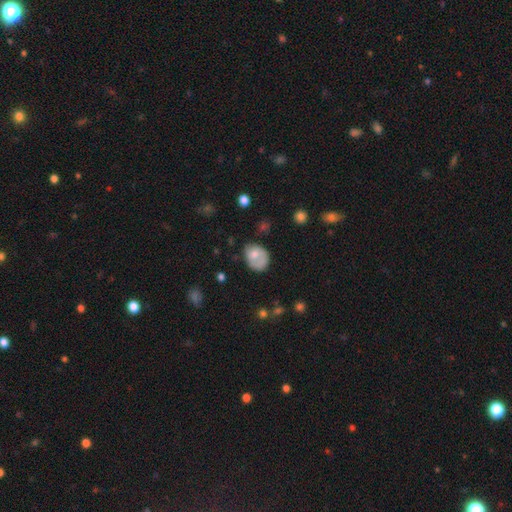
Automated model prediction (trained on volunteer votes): smooth 65%, featured or disk 27%, star or artifact 8%. Down the decision tree: how rounded — in between (55%); merging — none (44%).